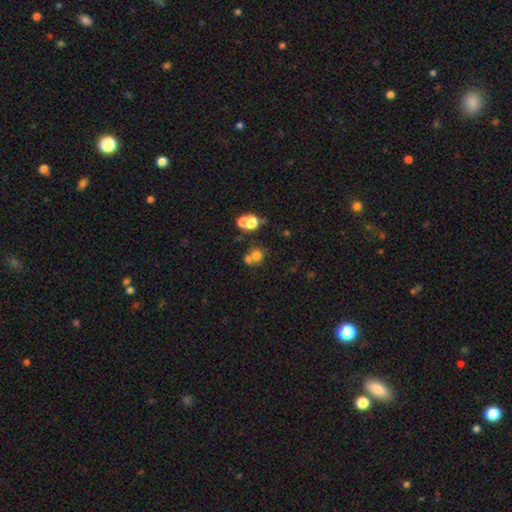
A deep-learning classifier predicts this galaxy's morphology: Smooth or featured? Predicted: smooth (p=0.67). How rounded? Predicted: round (p=0.81). Merging? Predicted: none (p=0.46).